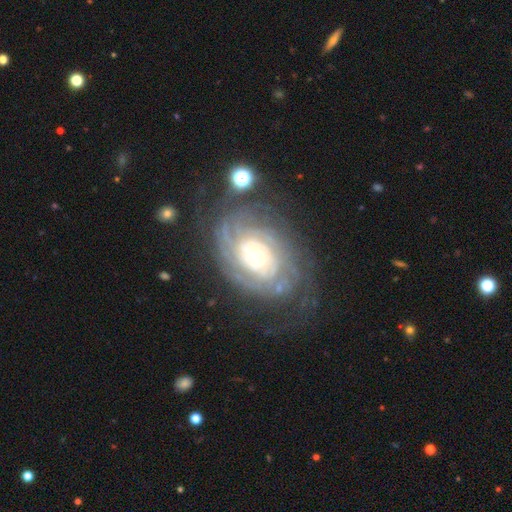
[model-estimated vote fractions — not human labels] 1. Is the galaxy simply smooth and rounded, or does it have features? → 86% featured or disk, 8% smooth, 6% star or artifact.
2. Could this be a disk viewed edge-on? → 97% no, 3% yes.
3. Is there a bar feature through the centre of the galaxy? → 73% no, 20% weak, 7% strong.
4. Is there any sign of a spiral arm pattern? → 96% yes, 4% no.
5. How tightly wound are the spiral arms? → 77% tight, 18% medium, 5% loose.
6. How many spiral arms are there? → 39% can't tell, 15% more than 4, 14% 4, 14% 2, 12% 3, 6% 1.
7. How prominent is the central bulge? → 59% small, 27% moderate, 9% large, 2% none, 2% dominant.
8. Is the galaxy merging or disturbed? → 65% none, 19% minor disturbance, 13% major disturbance, 3% merger.